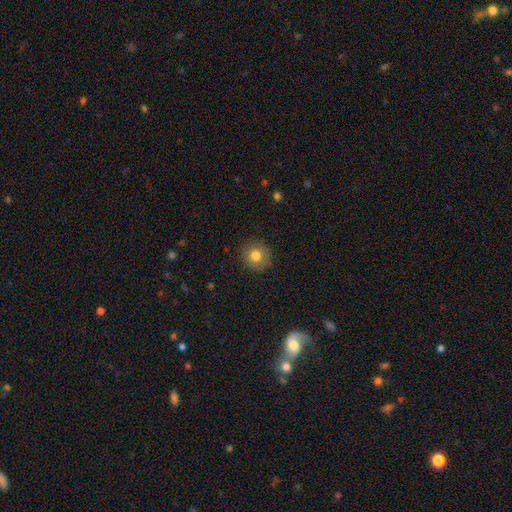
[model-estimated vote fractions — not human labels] Overall: smooth (79%). How rounded: round (87%). Merging: none (88%).